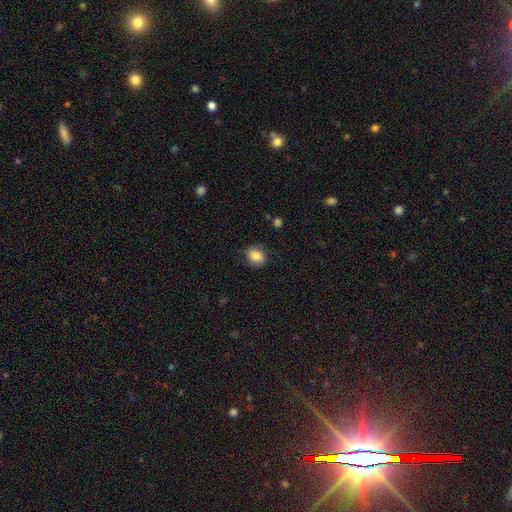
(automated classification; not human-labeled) smooth_or_featured: smooth (p=0.81) [alt: featured or disk p=0.11]
how_rounded: in between (p=0.61) [alt: round p=0.38]
merging: none (p=0.77) [alt: minor disturbance p=0.16]